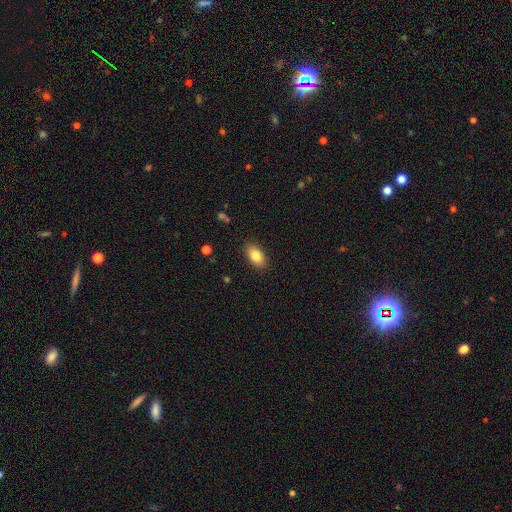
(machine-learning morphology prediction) smooth-or-featured: smooth: 84% | featured or disk: 9% | star or artifact: 8%
  how-rounded: in between: 90% | round: 7% | cigar-shaped: 2%
  merging: none: 88% | minor disturbance: 9% | major disturbance: 2% | merger: 1%